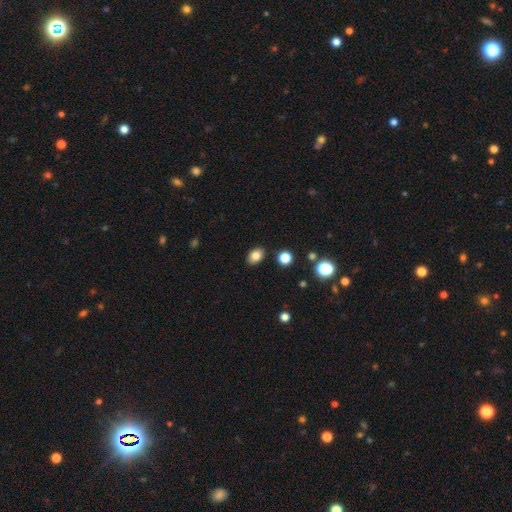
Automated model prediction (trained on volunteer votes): Smooth or featured: smooth — 83% (star or artifact — 10%)
How rounded: in between — 76% (round — 23%)
Merging: none — 88% (minor disturbance — 8%)